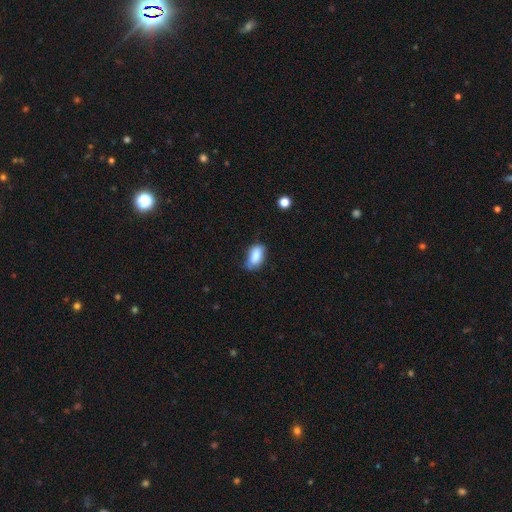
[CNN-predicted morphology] smooth-or-featured: smooth: 84% | featured or disk: 9% | star or artifact: 7%
  how-rounded: in between: 91% | round: 5% | cigar-shaped: 4%
  merging: none: 65% | minor disturbance: 28% | major disturbance: 5% | merger: 2%